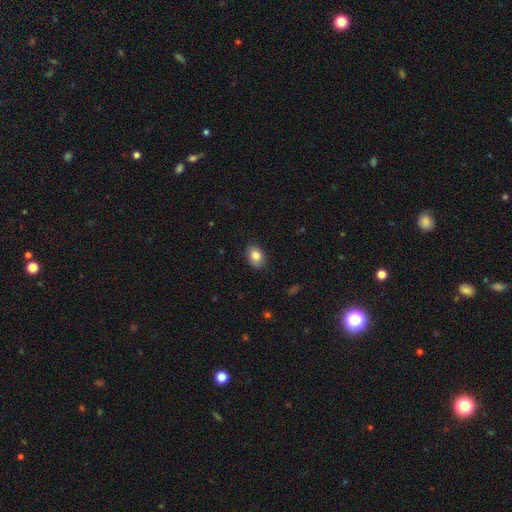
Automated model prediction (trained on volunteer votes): smooth 84%, star or artifact 8%, featured or disk 8%. Down the decision tree: how rounded — in between (74%); merging — none (87%).